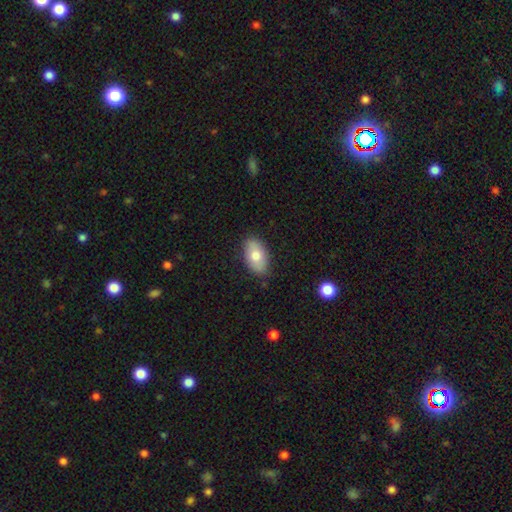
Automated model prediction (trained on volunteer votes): smooth-or-featured: smooth: 75% | featured or disk: 18% | star or artifact: 7%
  how-rounded: in between: 93% | round: 6% | cigar-shaped: 2%
  merging: none: 83% | minor disturbance: 13% | major disturbance: 2% | merger: 1%